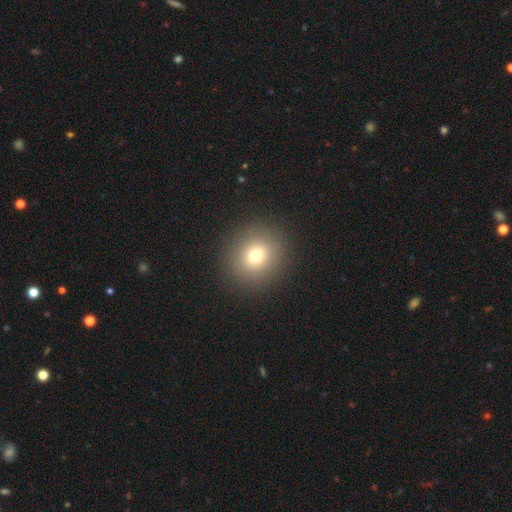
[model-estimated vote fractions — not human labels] smooth-or-featured: smooth: 75% | star or artifact: 14% | featured or disk: 11%
  how-rounded: round: 85% | in between: 14% | cigar-shaped: 1%
  merging: none: 90% | minor disturbance: 6% | major disturbance: 3% | merger: 1%